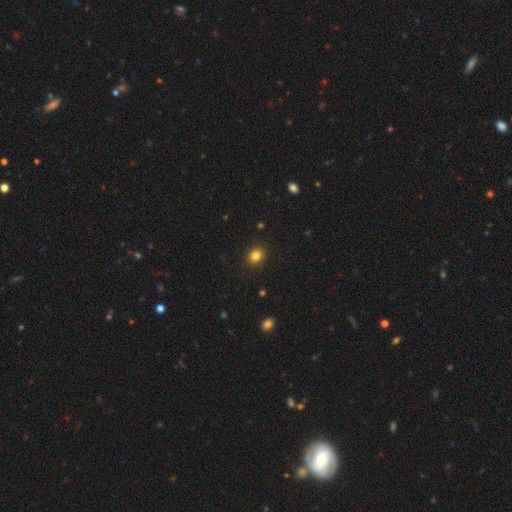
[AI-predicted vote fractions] Smooth or featured?
  - smooth: 82% *
  - star or artifact: 12%
  - featured or disk: 6%
How rounded?
  - round: 58% *
  - in between: 41%
  - cigar-shaped: 1%
Merging?
  - none: 90% *
  - minor disturbance: 7%
  - major disturbance: 2%
  - merger: 1%